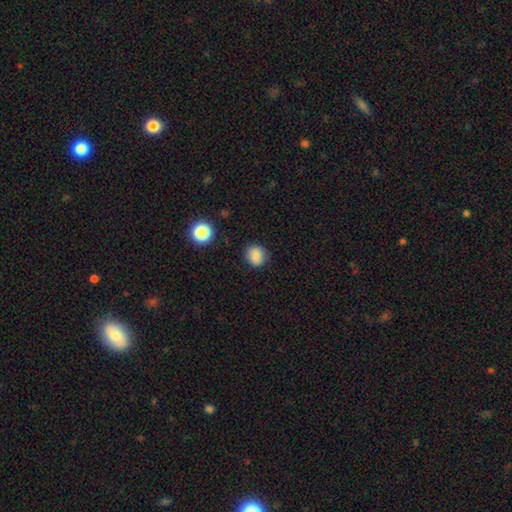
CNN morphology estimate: Smooth or featured? Predicted: smooth (p=0.84). How rounded? Predicted: round (p=0.74). Merging? Predicted: none (p=0.85).